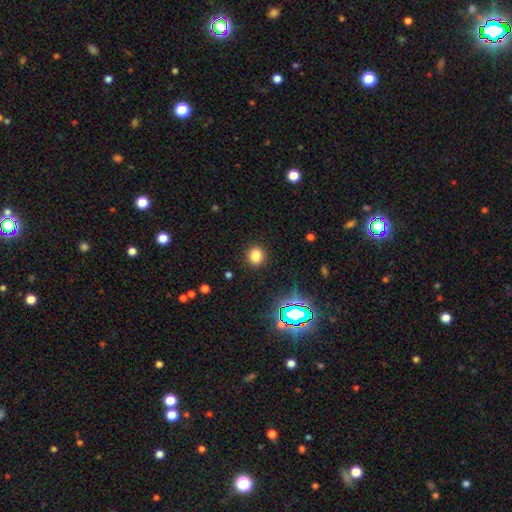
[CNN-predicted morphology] Q: Smooth or featured?
A: smooth (79%); runner-up: star or artifact (16%)
Q: How rounded?
A: round (81%); runner-up: in between (18%)
Q: Merging?
A: none (90%); runner-up: minor disturbance (7%)